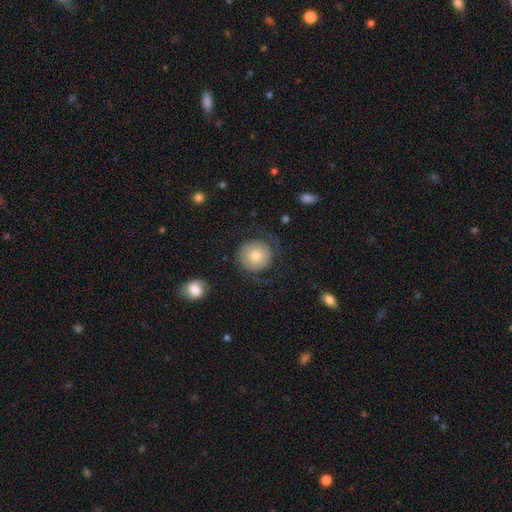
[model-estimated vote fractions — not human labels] smooth-or-featured: smooth: 59% | featured or disk: 33% | star or artifact: 8%
  how-rounded: round: 92% | in between: 7% | cigar-shaped: 1%
  merging: none: 69% | minor disturbance: 15% | major disturbance: 14% | merger: 2%